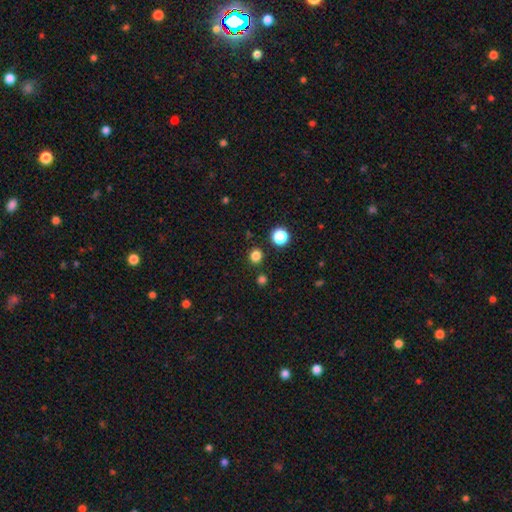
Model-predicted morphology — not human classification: The model was most divided on "smooth or featured": smooth: 81%, star or artifact: 16%, featured or disk: 3%. More confident: merging — none (87%); how rounded — round (82%).